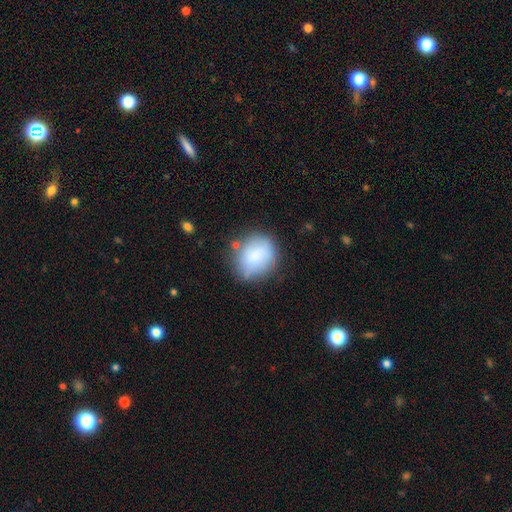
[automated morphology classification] type=smooth (80%); roundness=round (69%); merging=none (62%).